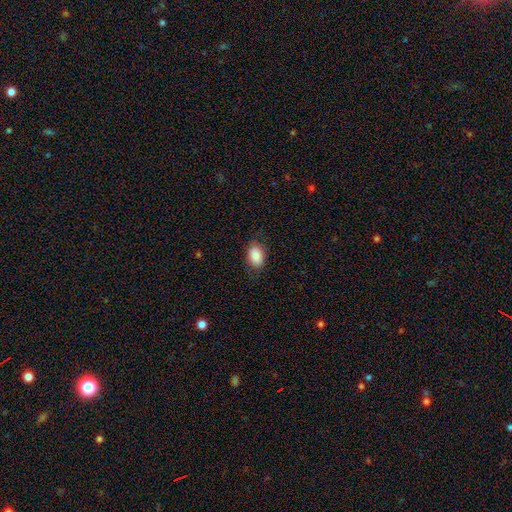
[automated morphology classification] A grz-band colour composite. It shows a smooth galaxy with no disk features (84%) that is in between round and cigar-shaped (83%). Merging: none (81%).